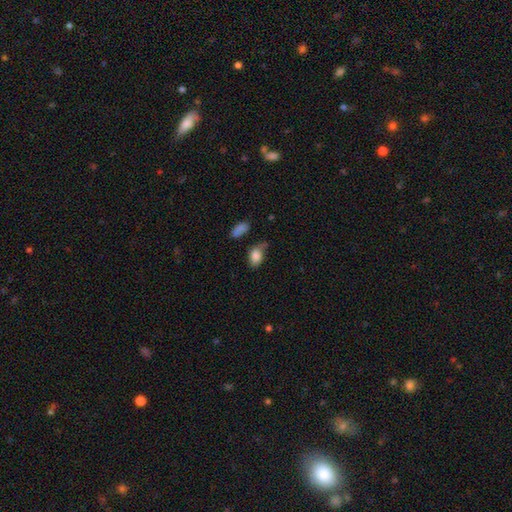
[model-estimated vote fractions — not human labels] Morphology: type=smooth (83%); roundness=in between (85%); merging=none (47%).